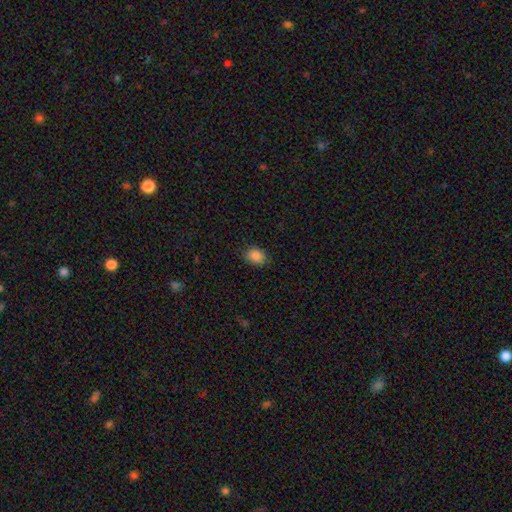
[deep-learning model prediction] Smooth or featured? smooth (86%)
How rounded? in between (59%)
Merging? none (84%)